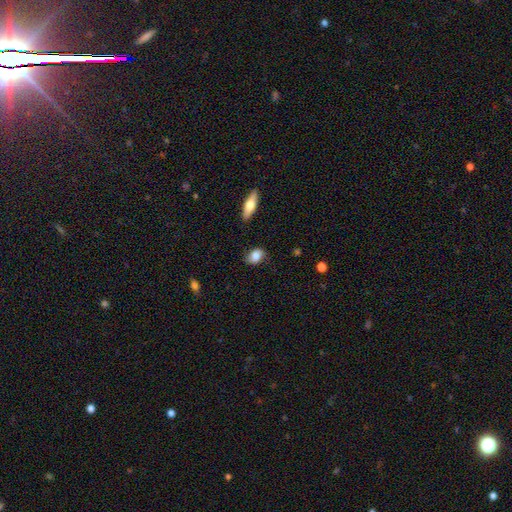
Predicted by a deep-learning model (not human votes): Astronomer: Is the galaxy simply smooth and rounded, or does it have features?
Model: smooth — 75%.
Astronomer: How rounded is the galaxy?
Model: in between — 80%.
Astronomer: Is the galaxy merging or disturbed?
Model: none — 76%.